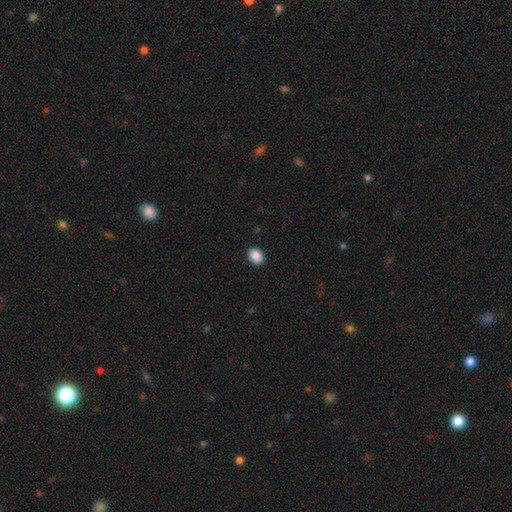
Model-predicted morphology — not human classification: smooth 90%, star or artifact 8%, featured or disk 2%. Down the decision tree: how rounded — in between (73%); merging — none (90%).